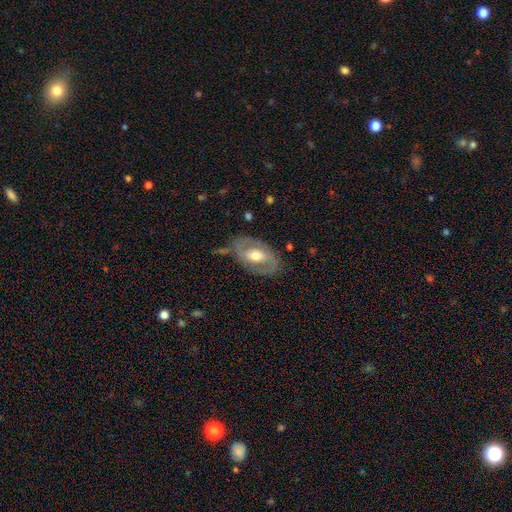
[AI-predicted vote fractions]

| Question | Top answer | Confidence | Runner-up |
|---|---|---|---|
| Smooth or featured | featured or disk | 70% | smooth (25%) |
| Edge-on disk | no | 93% | yes (7%) |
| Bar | no | 40% | weak (37%) |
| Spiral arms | yes | 62% | no (38%) |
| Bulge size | moderate | 70% | small (14%) |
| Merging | none | 71% | minor disturbance (18%) |